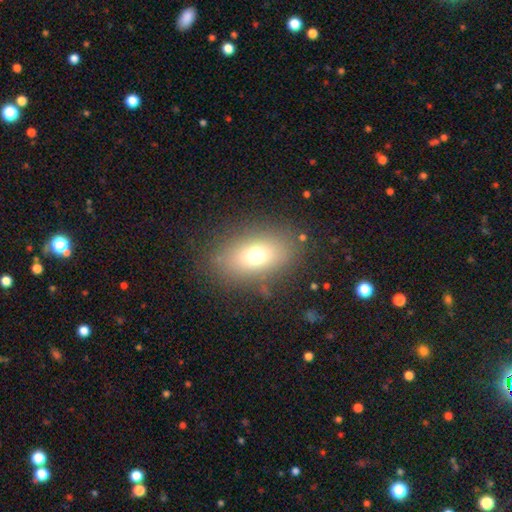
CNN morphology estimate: type=smooth (70%); roundness=in between (78%); merging=none (82%).